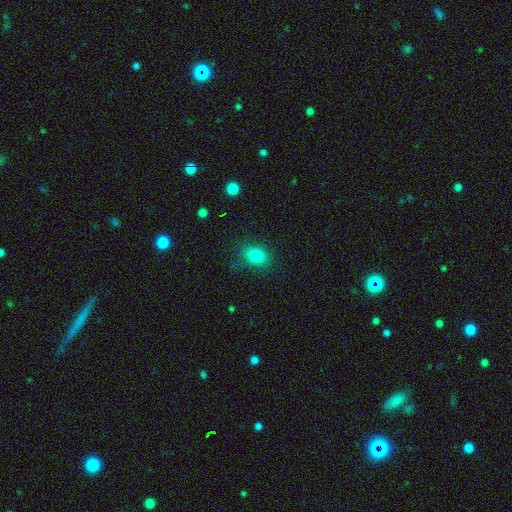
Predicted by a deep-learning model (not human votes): The model was most divided on "how rounded": in between: 57%, round: 41%, cigar-shaped: 1%. More confident: smooth or featured — smooth (81%); merging — none (78%).